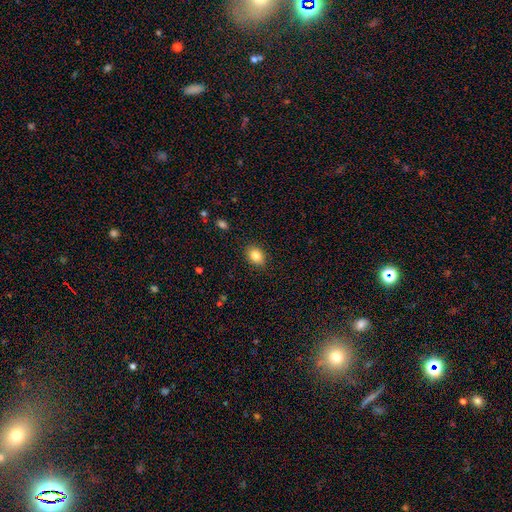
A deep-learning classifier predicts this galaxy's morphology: Smooth or featured?
  - smooth: 84% *
  - star or artifact: 9%
  - featured or disk: 7%
How rounded?
  - in between: 68% *
  - round: 31%
  - cigar-shaped: 1%
Merging?
  - none: 88% *
  - minor disturbance: 9%
  - major disturbance: 2%
  - merger: 1%